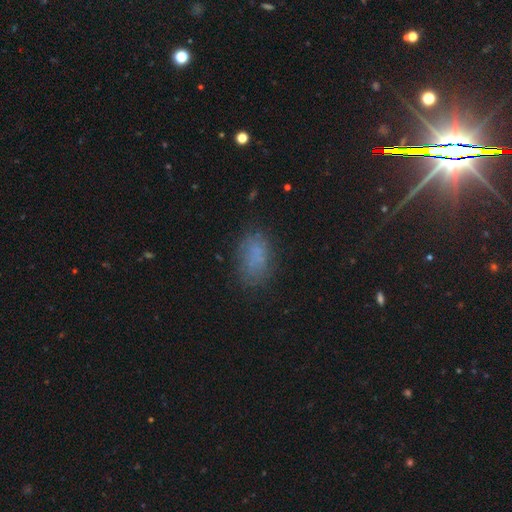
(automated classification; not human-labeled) Smooth or featured? Predicted: smooth (p=0.72). How rounded? Predicted: in between (p=0.88). Merging? Predicted: none (p=0.71).